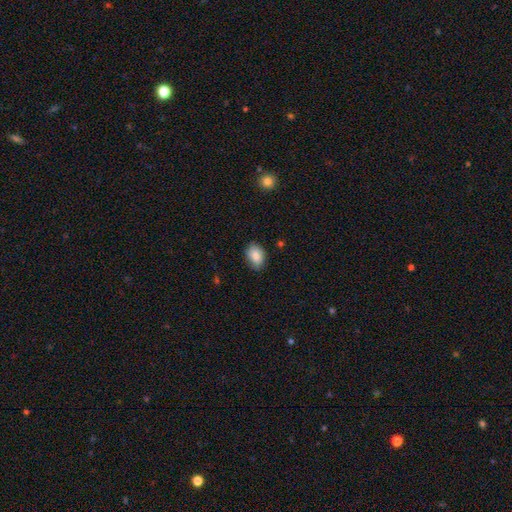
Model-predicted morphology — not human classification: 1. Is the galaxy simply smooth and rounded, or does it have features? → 85% smooth, 8% star or artifact, 8% featured or disk.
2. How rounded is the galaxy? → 76% in between, 23% round, 1% cigar-shaped.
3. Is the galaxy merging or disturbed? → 77% none, 19% minor disturbance, 3% major disturbance, 1% merger.